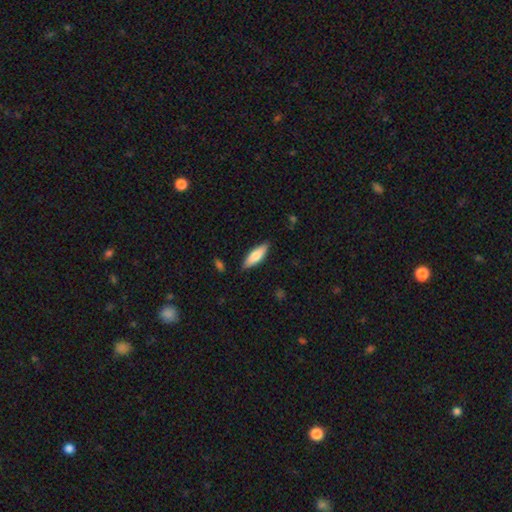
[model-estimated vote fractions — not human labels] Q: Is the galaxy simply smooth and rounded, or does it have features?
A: smooth — 73%.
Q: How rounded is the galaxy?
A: in between — 51%.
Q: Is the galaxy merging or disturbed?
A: none — 85%.